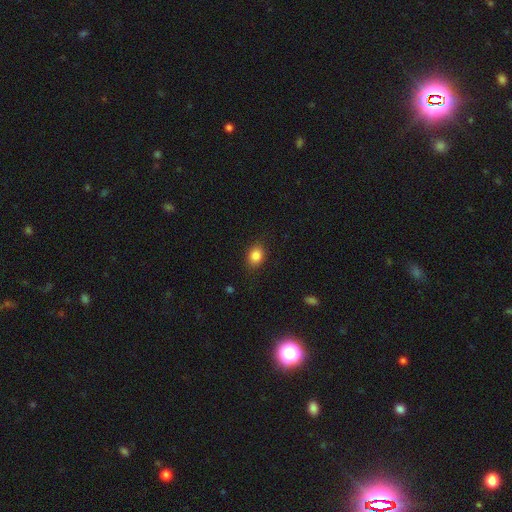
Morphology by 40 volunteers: smooth_or_featured: smooth (p=0.85) [alt: featured or disk p=0.10]
how_rounded: in between (p=0.59) [alt: round p=0.41]
merging: none (p=0.71) [alt: minor disturbance p=0.29]